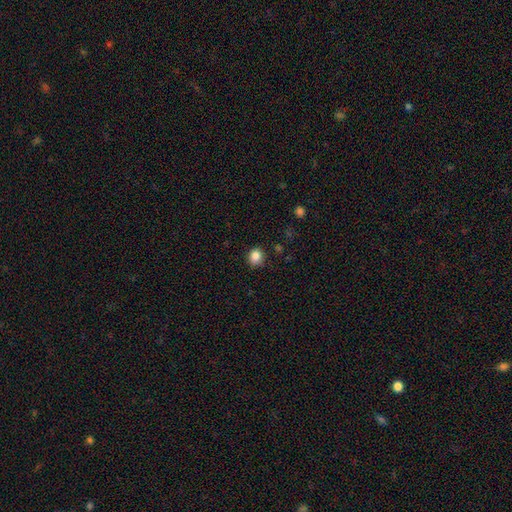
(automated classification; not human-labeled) Smooth or featured? smooth (85%)
How rounded? round (75%)
Merging? none (87%)